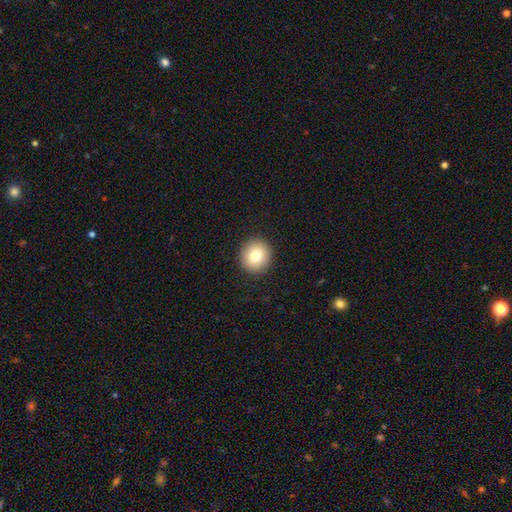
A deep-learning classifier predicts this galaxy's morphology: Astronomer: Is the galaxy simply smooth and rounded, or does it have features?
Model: smooth — 79%.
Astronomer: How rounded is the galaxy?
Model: round — 91%.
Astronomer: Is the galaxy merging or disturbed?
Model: none — 92%.